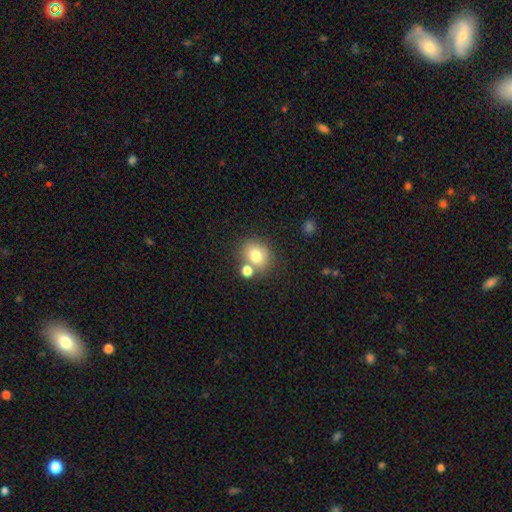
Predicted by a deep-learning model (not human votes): This is likely a smooth galaxy (78%). How rounded: likely round (70%). Merging: likely none (62%).